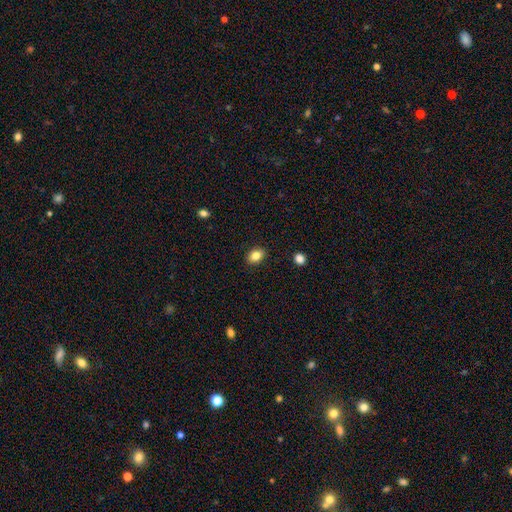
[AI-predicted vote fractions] Q: Smooth or featured?
A: smooth (84%); runner-up: star or artifact (9%)
Q: How rounded?
A: in between (75%); runner-up: round (23%)
Q: Merging?
A: none (88%); runner-up: minor disturbance (8%)